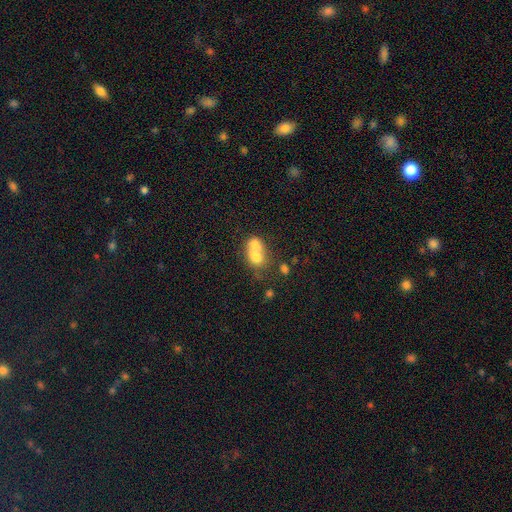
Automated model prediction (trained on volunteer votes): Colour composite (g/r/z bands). It shows a smooth galaxy with no disk features (66%) that is in between round and cigar-shaped (67%). Merging: merger (66%).